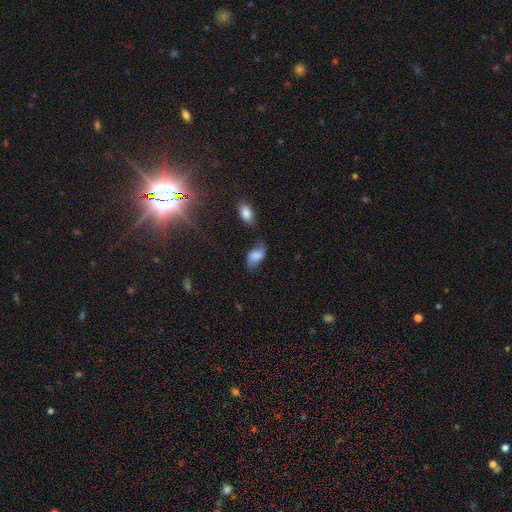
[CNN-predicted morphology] smooth-or-featured: smooth: 75% | featured or disk: 15% | star or artifact: 10%
  how-rounded: in between: 92% | round: 5% | cigar-shaped: 2%
  merging: none: 53% | minor disturbance: 30% | major disturbance: 10% | merger: 7%